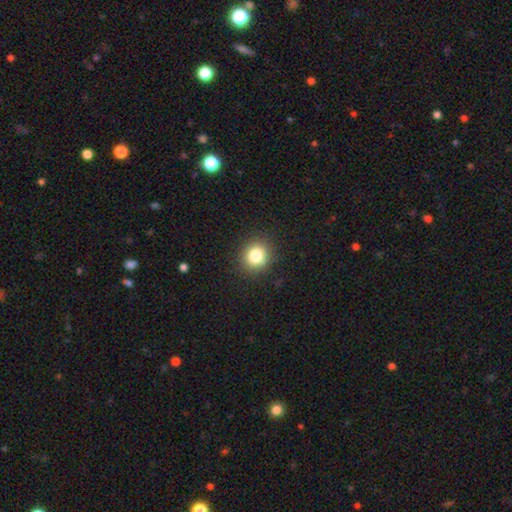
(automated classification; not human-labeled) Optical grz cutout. It shows a smooth galaxy with no disk features (82%) that is round (80%). Merging: none (88%).